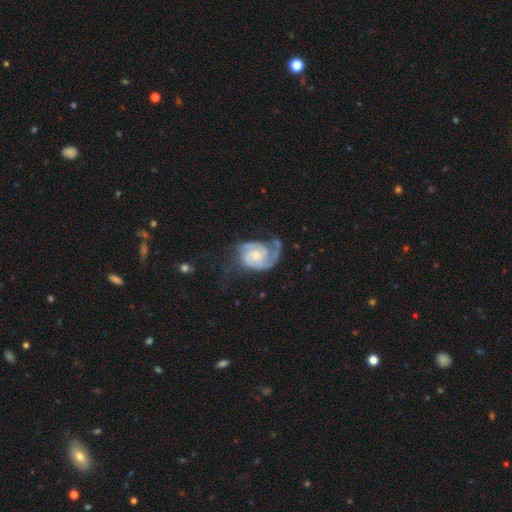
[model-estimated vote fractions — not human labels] smooth-or-featured: featured or disk: 86% | smooth: 9% | star or artifact: 5%
  disk-edge-on: no: 98% | yes: 2%
    bar: no: 64% | weak: 31% | strong: 5%
    has-spiral-arms: yes: 97% | no: 3%
      spiral-winding: tight: 47% | medium: 41% | loose: 13%
      spiral-arm-count: 2: 64% | 1: 13% | 3: 11% | can't tell: 8% | 4: 2% | more than 4: 2%
    bulge-size: small: 43% | moderate: 40% | none: 10% | large: 6% | dominant: 1%
  merging: none: 46% | major disturbance: 26% | minor disturbance: 25% | merger: 3%